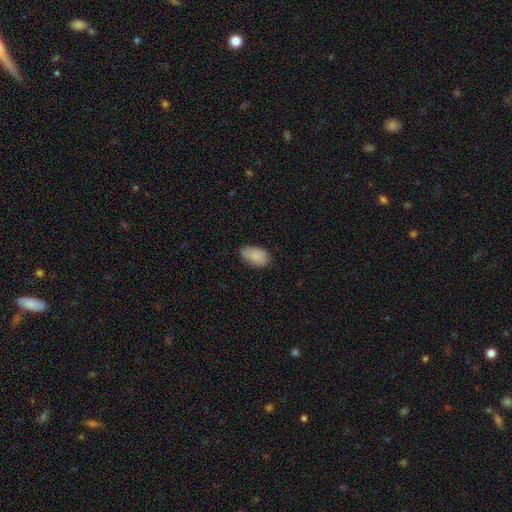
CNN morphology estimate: smooth 87%, star or artifact 7%, featured or disk 6%. Down the decision tree: how rounded — in between (94%); merging — none (69%).